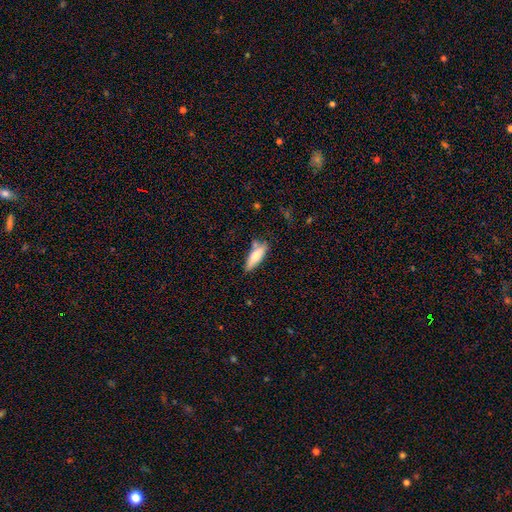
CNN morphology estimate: type=smooth (63%); roundness=cigar-shaped (51%); merging=none (71%).